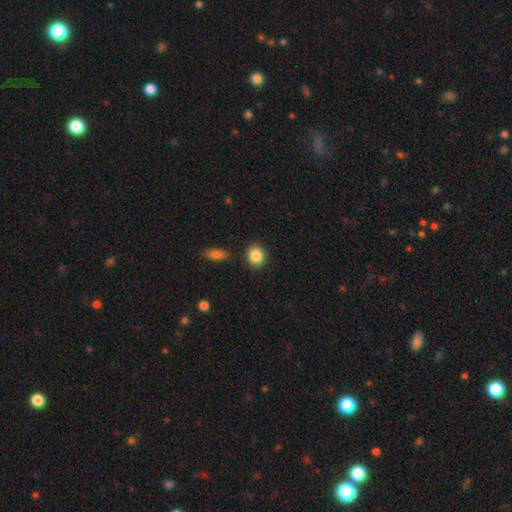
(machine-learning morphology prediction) This appears to be a smooth galaxy with no disk features (87%) that is round (73%). Merging: none (88%).